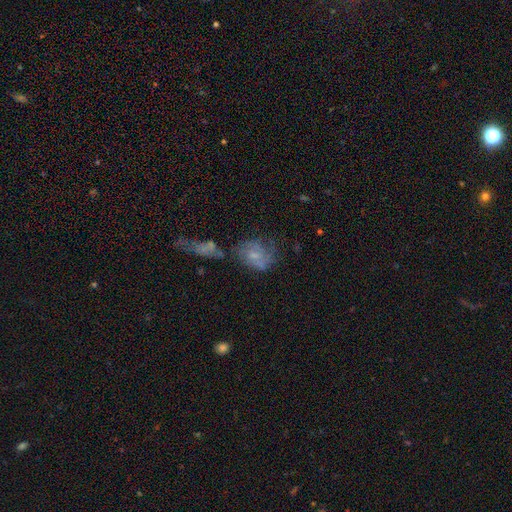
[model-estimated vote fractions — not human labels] smooth_or_featured: featured or disk (p=0.50) [alt: smooth p=0.39]
merging: none (p=0.38) [alt: minor disturbance p=0.21]